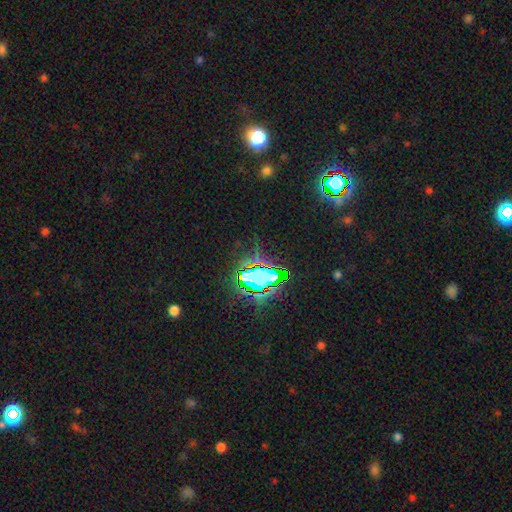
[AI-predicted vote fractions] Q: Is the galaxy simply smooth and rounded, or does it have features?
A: star or artifact — 80%.